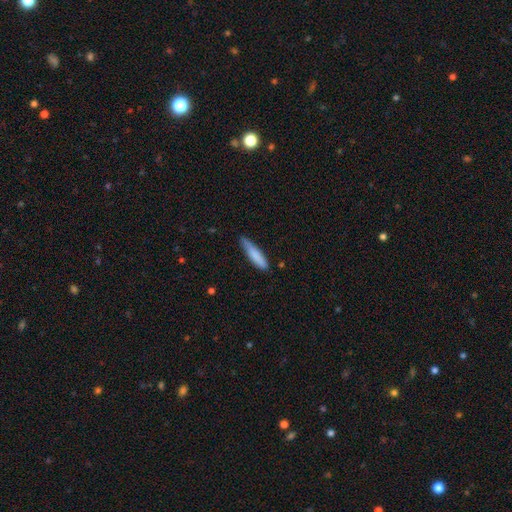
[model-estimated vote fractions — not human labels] Smooth or featured: smooth — 81% (featured or disk — 13%)
How rounded: cigar-shaped — 82% (in between — 17%)
Merging: none — 68% (minor disturbance — 27%)